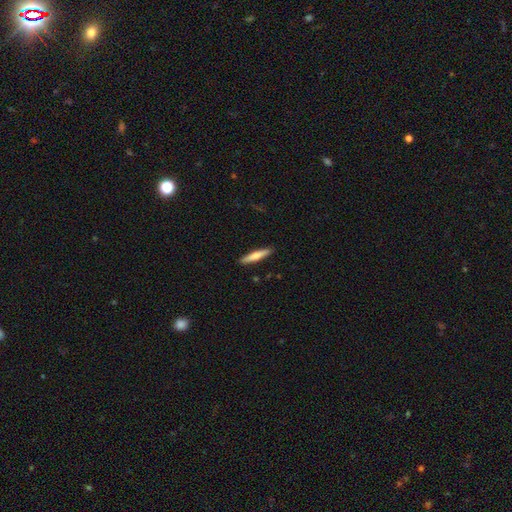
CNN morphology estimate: A smooth galaxy with no disk features (64%) that is cigar-shaped (91%). Merging: none (90%).